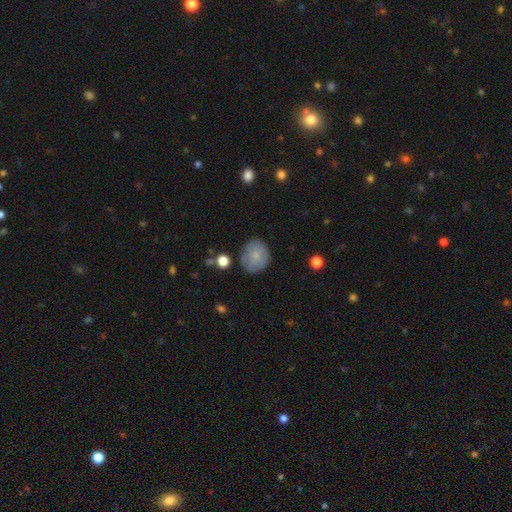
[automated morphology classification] This is likely a smooth galaxy (78%). How rounded: likely round (74%). Merging: likely none (77%).